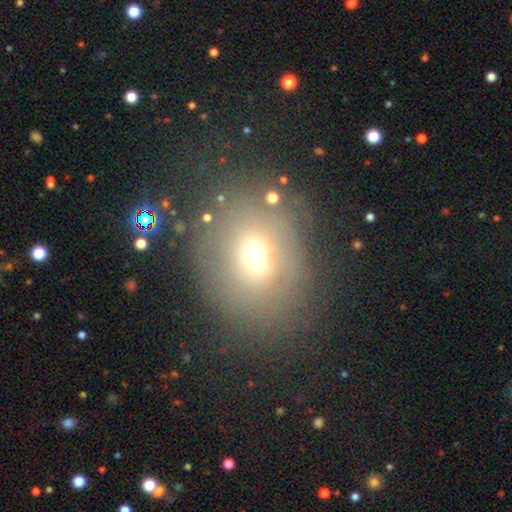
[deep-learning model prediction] smooth_or_featured: smooth (p=0.62) [alt: star or artifact p=0.20]
how_rounded: round (p=0.57) [alt: in between p=0.42]
merging: none (p=0.71) [alt: minor disturbance p=0.15]